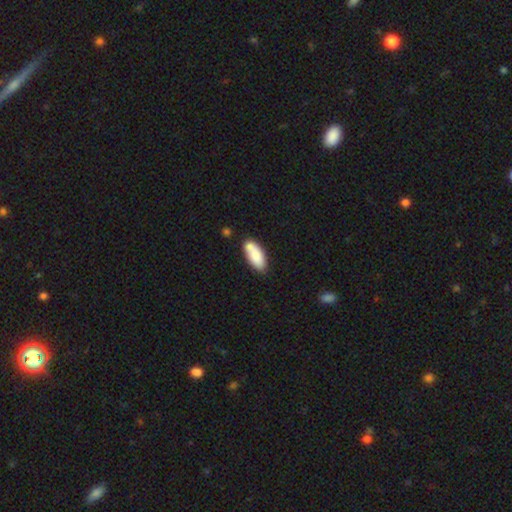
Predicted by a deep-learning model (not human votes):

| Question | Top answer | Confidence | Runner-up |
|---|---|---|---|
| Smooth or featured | smooth | 80% | featured or disk (13%) |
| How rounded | in between | 83% | cigar-shaped (15%) |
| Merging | none | 62% | minor disturbance (17%) |